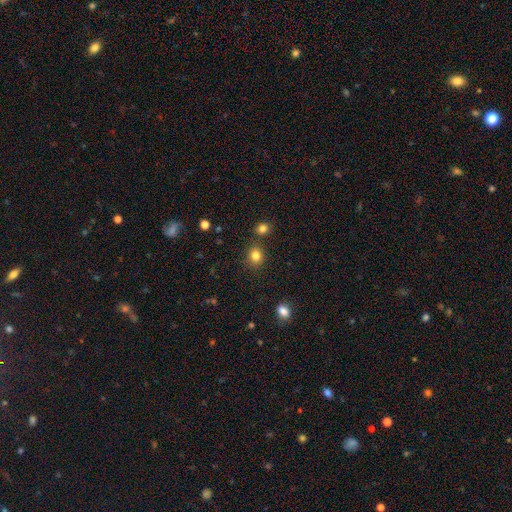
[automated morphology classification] smooth-or-featured: smooth: 82% | star or artifact: 12% | featured or disk: 5%
  how-rounded: round: 77% | in between: 23% | cigar-shaped: 1%
  merging: none: 82% | minor disturbance: 9% | merger: 6% | major disturbance: 3%